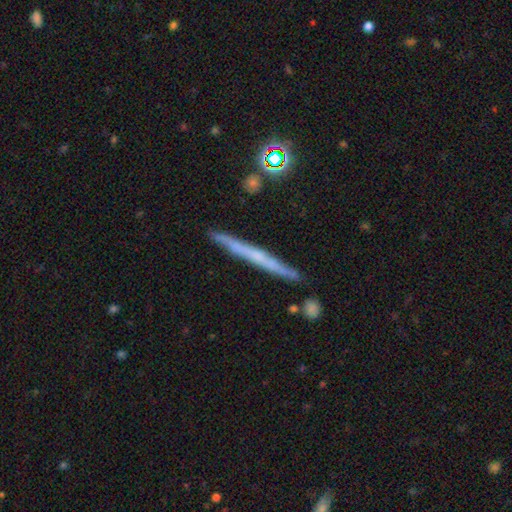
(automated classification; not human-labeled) A featured or disk galaxy (58%) viewed edge-on (97%) with no central bulge (75%). Merging: none (88%).